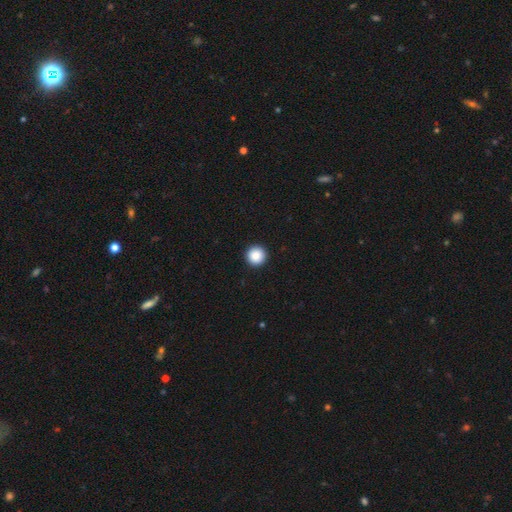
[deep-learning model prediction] A smooth galaxy with no disk features (88%) that is round (97%). Merging: none (94%).